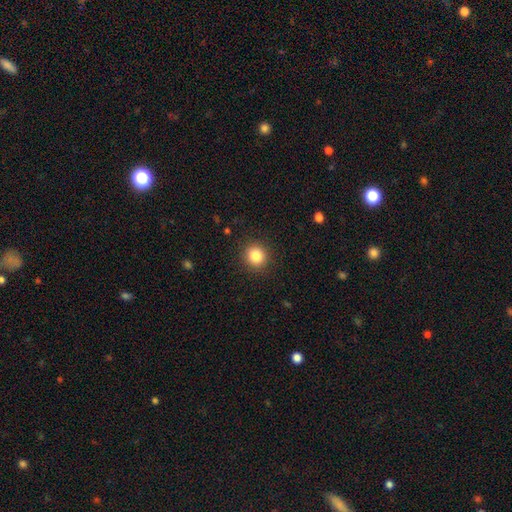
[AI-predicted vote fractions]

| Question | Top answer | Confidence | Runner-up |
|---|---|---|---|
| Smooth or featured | smooth | 84% | star or artifact (11%) |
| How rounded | round | 90% | in between (9%) |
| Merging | none | 90% | minor disturbance (6%) |